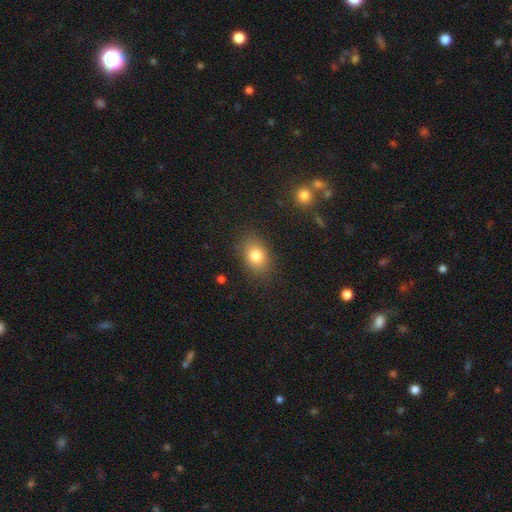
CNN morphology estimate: This appears to be a smooth galaxy with no disk features (80%) that is in between round and cigar-shaped (75%). Merging: none (84%).